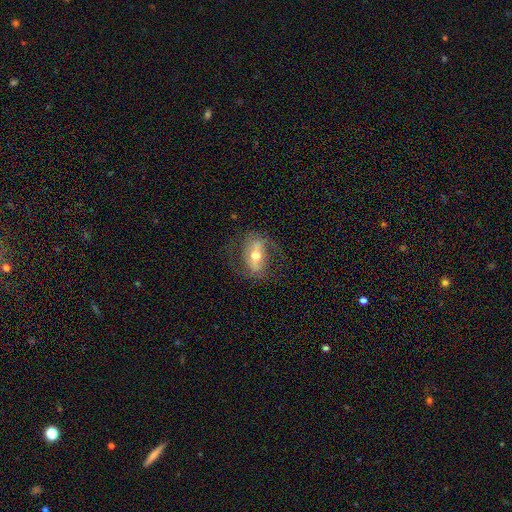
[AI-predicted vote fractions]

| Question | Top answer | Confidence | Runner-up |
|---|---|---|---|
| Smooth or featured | featured or disk | 69% | smooth (24%) |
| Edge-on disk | no | 86% | yes (14%) |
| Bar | strong | 52% | weak (29%) |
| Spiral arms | yes | 73% | no (27%) |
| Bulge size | moderate | 68% | small (22%) |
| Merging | none | 71% | minor disturbance (16%) |